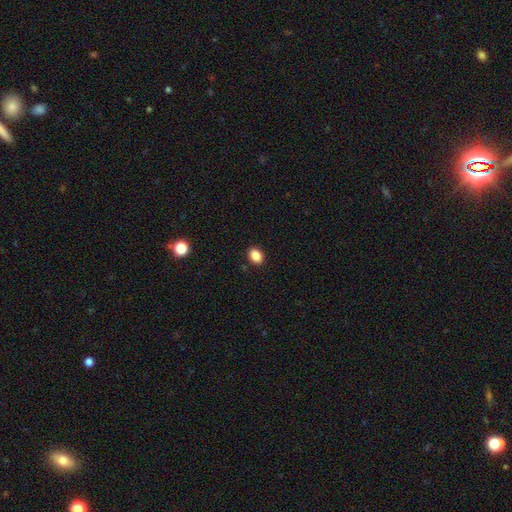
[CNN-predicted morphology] Smooth or featured? smooth (87%)
How rounded? in between (66%)
Merging? none (90%)